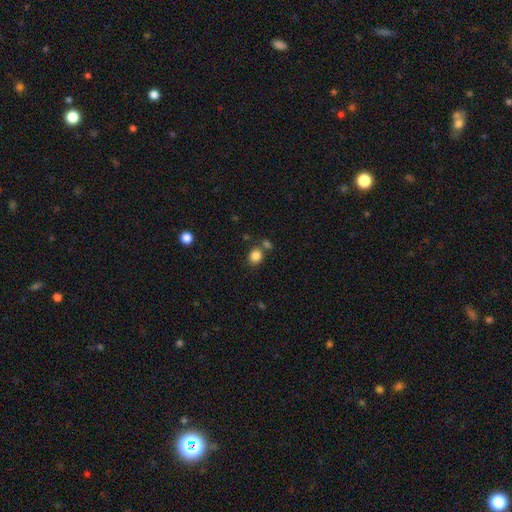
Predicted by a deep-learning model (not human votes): smooth 85%, star or artifact 11%, featured or disk 4%. Down the decision tree: how rounded — round (69%); merging — none (69%).